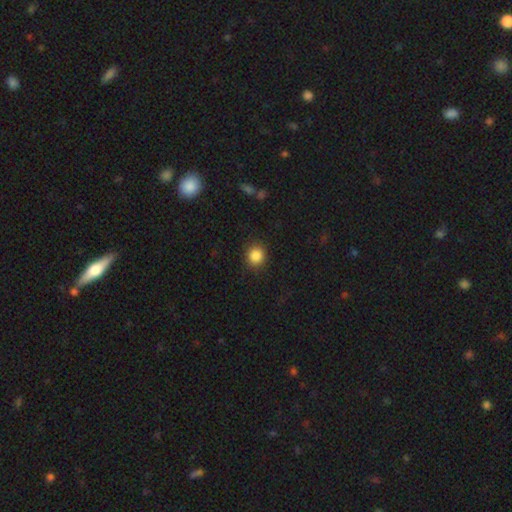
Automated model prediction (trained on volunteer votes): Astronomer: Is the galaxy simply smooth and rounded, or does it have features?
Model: smooth — 86%.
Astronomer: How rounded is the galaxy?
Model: round — 87%.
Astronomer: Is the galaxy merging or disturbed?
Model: none — 89%.